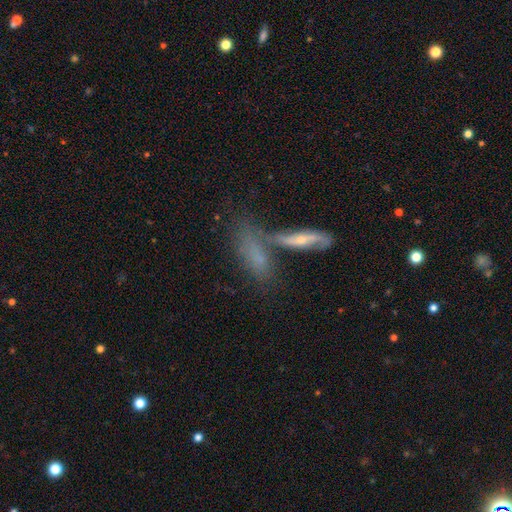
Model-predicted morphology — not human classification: Smooth or featured? Predicted: smooth (p=0.52). How rounded? Predicted: cigar-shaped (p=0.54). Merging? Predicted: merger (p=0.43).